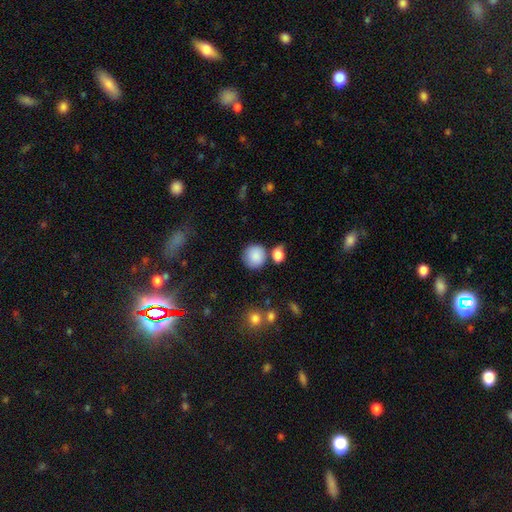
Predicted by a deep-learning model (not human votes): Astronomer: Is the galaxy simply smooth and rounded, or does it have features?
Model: smooth — 86%.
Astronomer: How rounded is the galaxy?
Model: round — 89%.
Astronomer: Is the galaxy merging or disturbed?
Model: none — 74%.